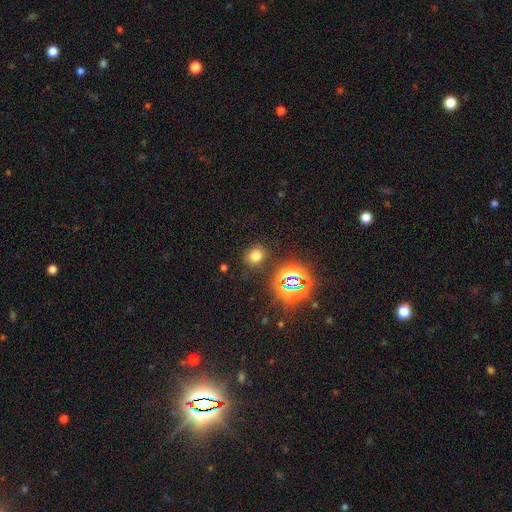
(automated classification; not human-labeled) smooth_or_featured: smooth (p=0.67) [alt: star or artifact p=0.25]
how_rounded: round (p=0.60) [alt: in between p=0.39]
merging: none (p=0.84) [alt: minor disturbance p=0.09]